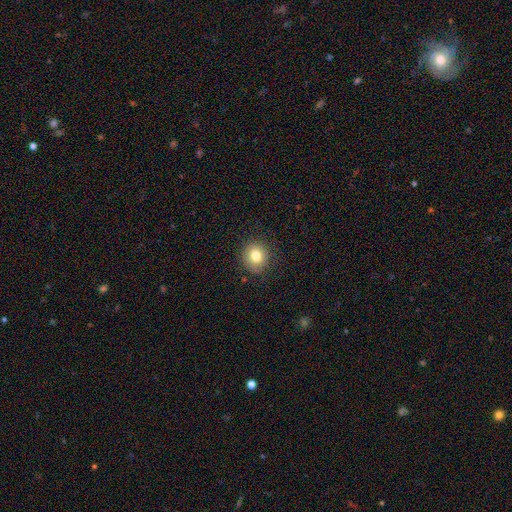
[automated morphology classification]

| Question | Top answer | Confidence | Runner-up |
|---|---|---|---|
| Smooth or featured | smooth | 80% | star or artifact (11%) |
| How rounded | round | 87% | in between (12%) |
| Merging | none | 86% | minor disturbance (10%) |